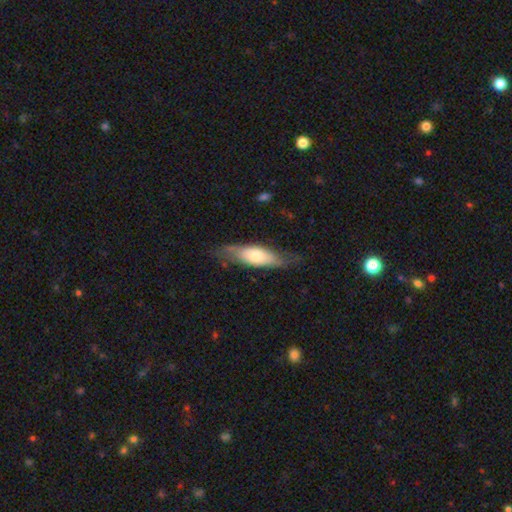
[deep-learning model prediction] A smooth galaxy with no disk features (55%) that is in between round and cigar-shaped (57%). Merging: none (65%).